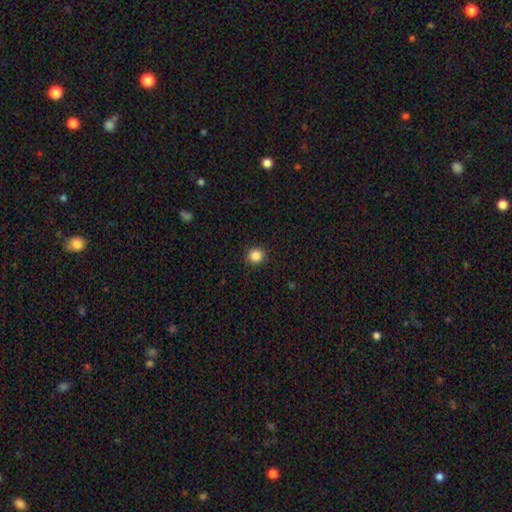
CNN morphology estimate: This is clearly a smooth galaxy (86%). How rounded: clearly round (91%). Merging: clearly none (92%).